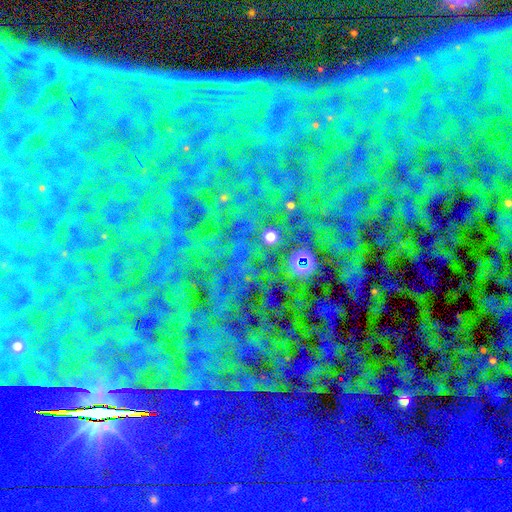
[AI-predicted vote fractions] smooth_or_featured: star or artifact (p=0.84) [alt: smooth p=0.08]